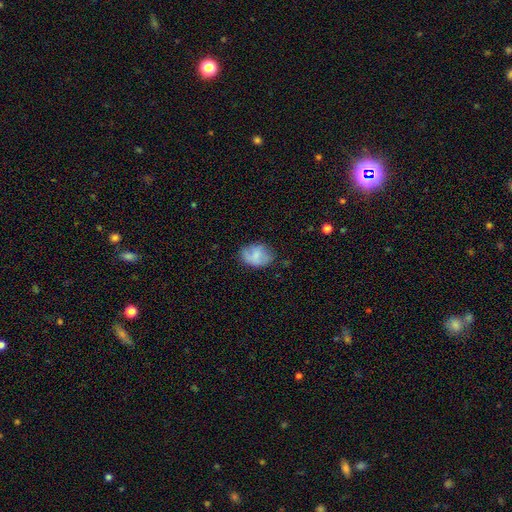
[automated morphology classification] A smooth galaxy with no disk features (66%) that is in between round and cigar-shaped (72%). Merging: none (59%).